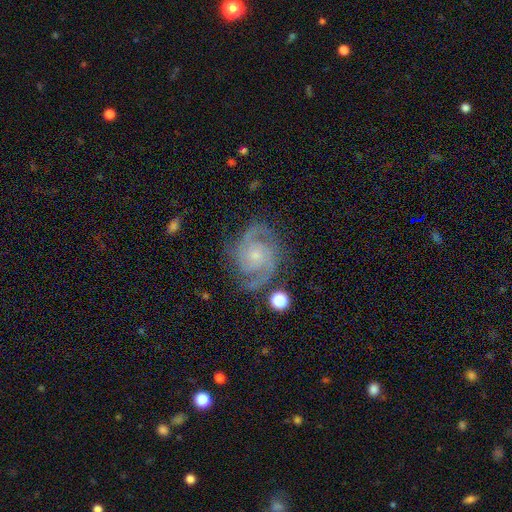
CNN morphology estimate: Overall: featured or disk (91%). Edge-on disk: no (98%). Bar: no (68%). Spiral arms: yes (98%). Spiral arm count: 2 (65%). Spiral winding: tight (48%; medium 45%). Bulge size: small (66%). Merging: none (77%).